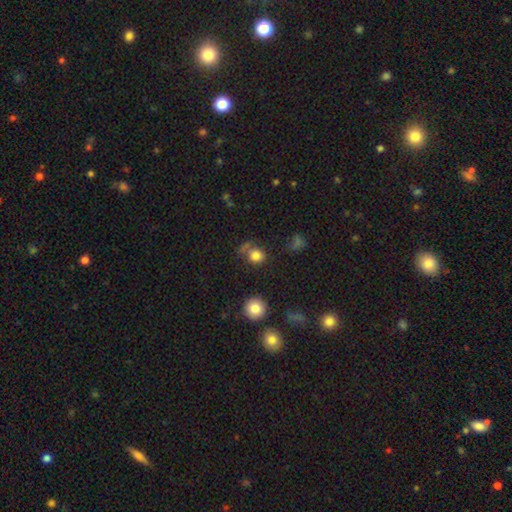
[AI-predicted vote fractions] This appears to be a smooth galaxy with no disk features (80%) that is round (78%). Merging: none (61%).